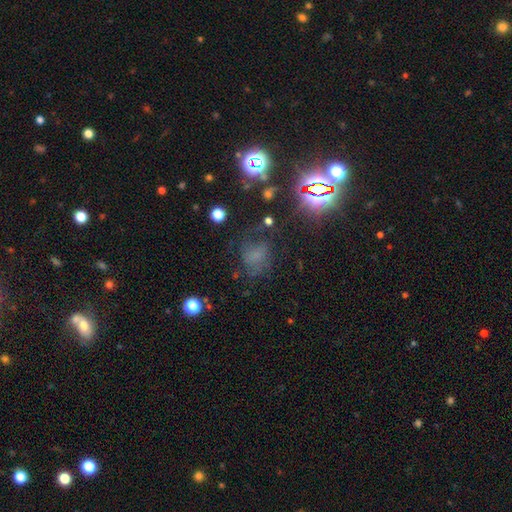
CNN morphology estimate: Smooth or featured? Predicted: smooth (p=0.43). Merging? Predicted: none (p=0.57).